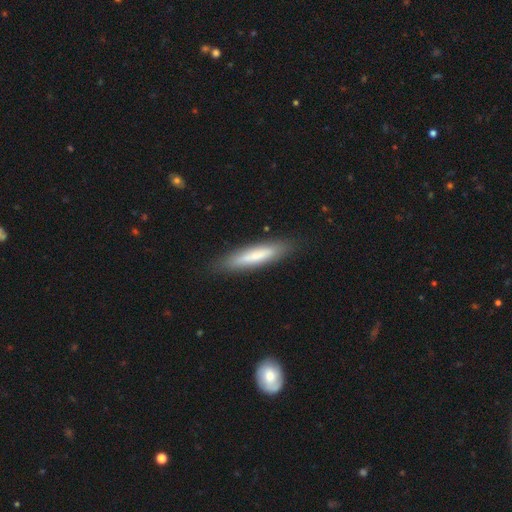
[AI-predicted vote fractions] smooth_or_featured: smooth (p=0.69) [alt: featured or disk p=0.25]
how_rounded: cigar-shaped (p=0.84) [alt: in between p=0.15]
merging: none (p=0.85) [alt: minor disturbance p=0.11]